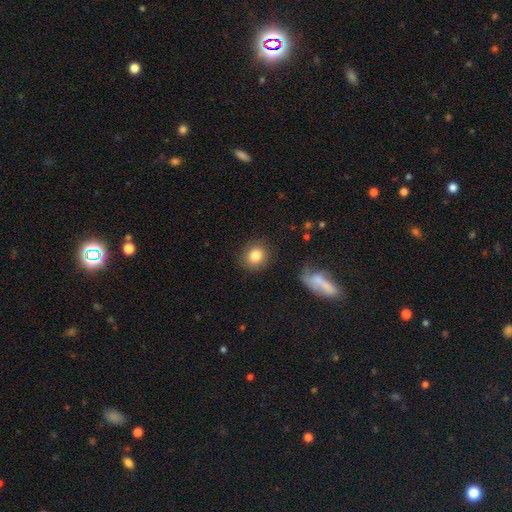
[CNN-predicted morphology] type=smooth (83%); roundness=round (78%); merging=none (86%).